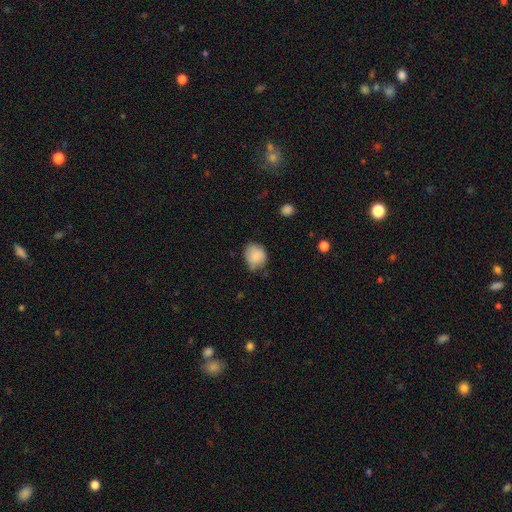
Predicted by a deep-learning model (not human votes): This appears to be a smooth galaxy with no disk features (83%) that is round (67%). Merging: none (53%).